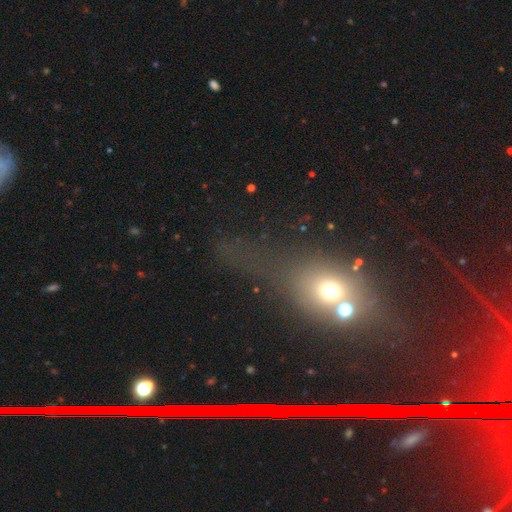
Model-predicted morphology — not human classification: type=star or artifact (46%).